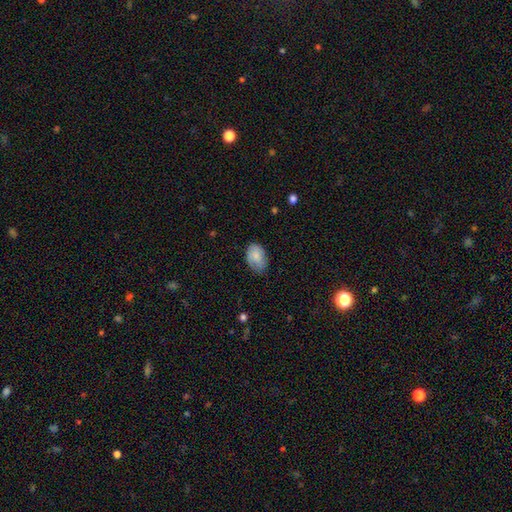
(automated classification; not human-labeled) A smooth galaxy with no disk features (76%) that is in between round and cigar-shaped (87%).

Vote fractions:
- Smooth or featured? smooth: 76% / featured or disk: 17% / star or artifact: 7%
- How rounded? in between: 87% / round: 12% / cigar-shaped: 1%
- Merging? none: 63% / minor disturbance: 30% / major disturbance: 6% / merger: 1%